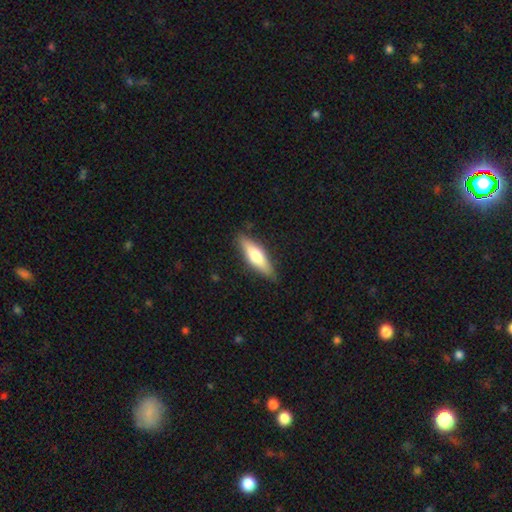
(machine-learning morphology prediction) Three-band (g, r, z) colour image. It shows a smooth galaxy with no disk features (57%) that is cigar-shaped (59%). Merging: none (85%).